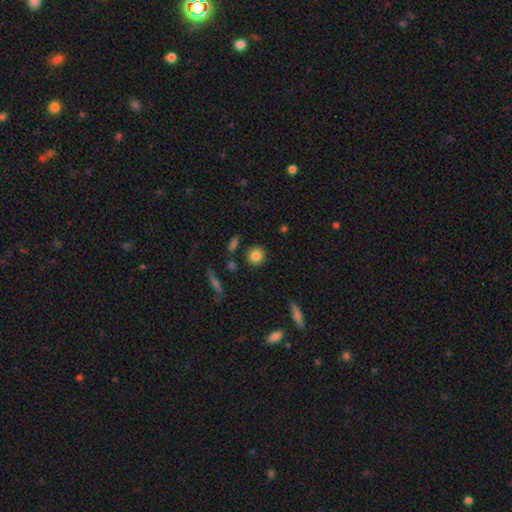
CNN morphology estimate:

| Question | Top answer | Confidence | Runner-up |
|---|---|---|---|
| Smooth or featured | smooth | 83% | star or artifact (9%) |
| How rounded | round | 88% | in between (11%) |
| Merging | none | 87% | minor disturbance (7%) |